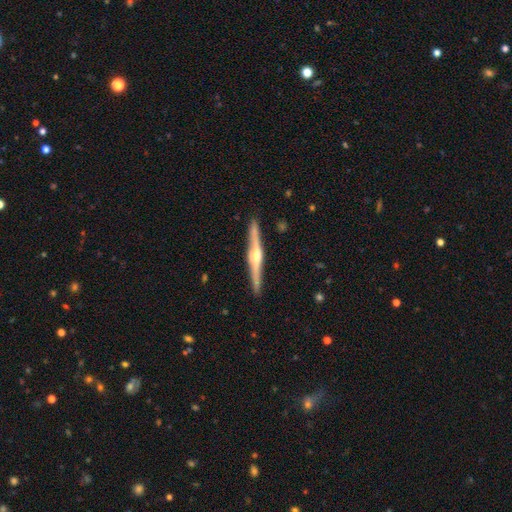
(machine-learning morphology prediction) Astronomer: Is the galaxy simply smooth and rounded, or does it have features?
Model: featured or disk — 83%.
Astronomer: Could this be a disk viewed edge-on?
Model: yes — 98%.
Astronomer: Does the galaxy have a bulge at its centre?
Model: rounded — 90%.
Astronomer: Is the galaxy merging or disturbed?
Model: none — 91%.